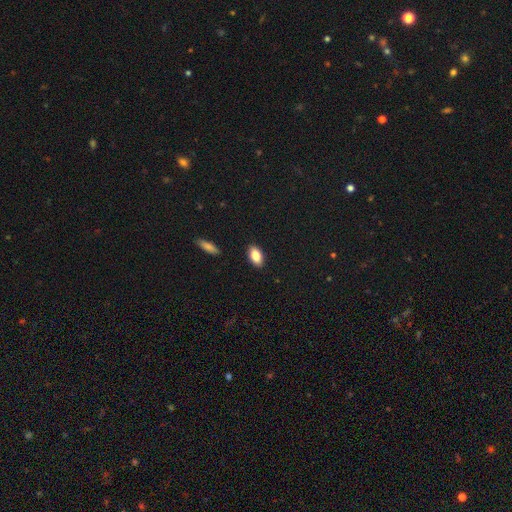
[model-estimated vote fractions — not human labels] Smooth or featured: smooth — 85% (featured or disk — 8%)
How rounded: in between — 92% (round — 5%)
Merging: none — 89% (minor disturbance — 8%)